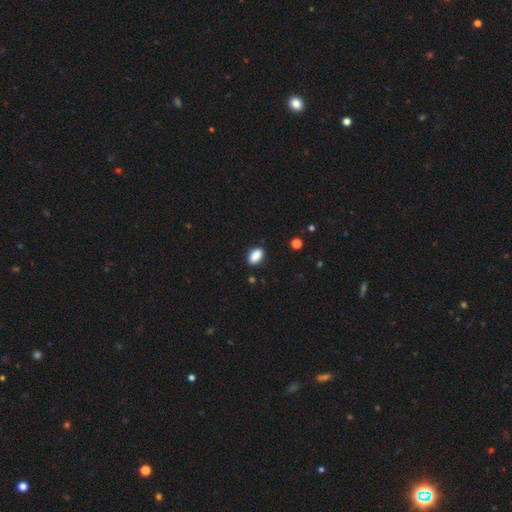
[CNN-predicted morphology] Overall: smooth (88%). How rounded: in between (91%). Merging: none (87%).